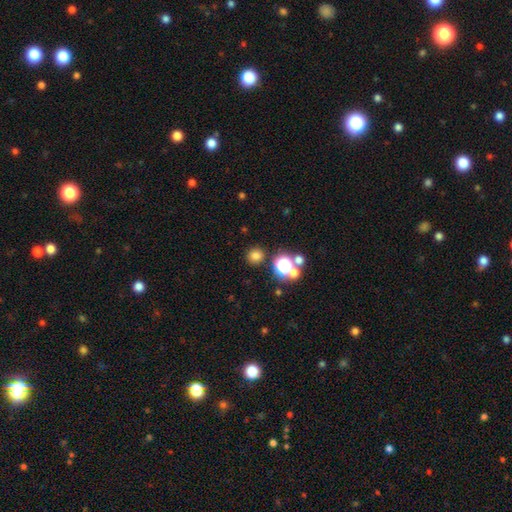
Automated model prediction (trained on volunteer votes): This is likely a smooth galaxy (74%). How rounded: clearly round (90%). Merging: clearly none (84%).